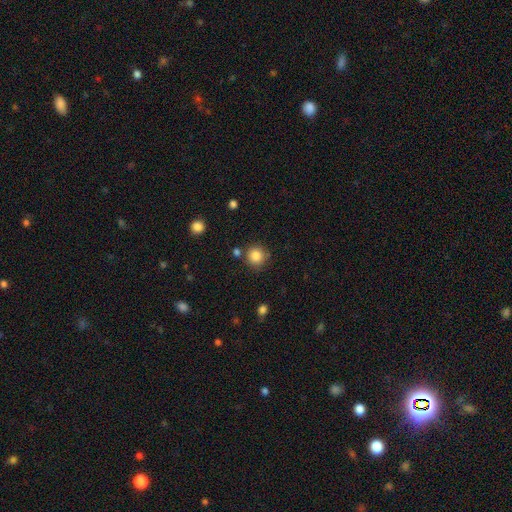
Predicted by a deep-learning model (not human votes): This appears to be a smooth galaxy with no disk features (85%) that is round (93%). Merging: none (80%).